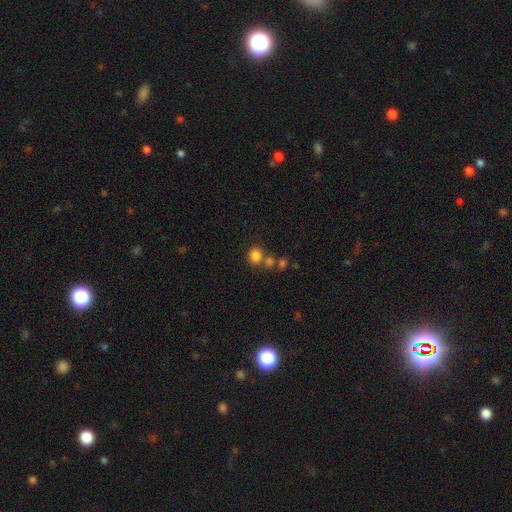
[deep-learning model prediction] Morphology: type=smooth (82%); roundness=round (77%); merging=none (62%).